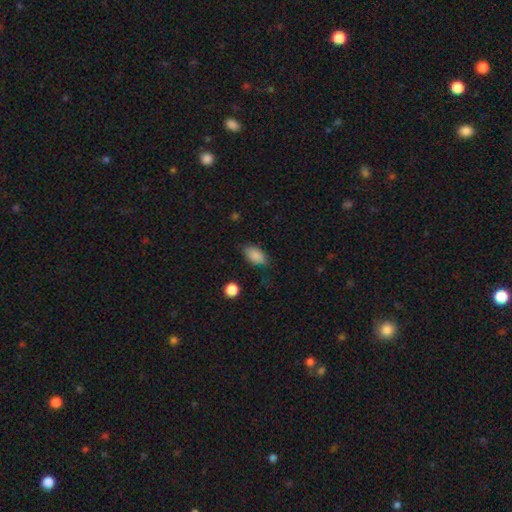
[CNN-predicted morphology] Smooth or featured: smooth — 86% (star or artifact — 8%)
How rounded: in between — 91% (round — 6%)
Merging: none — 73% (minor disturbance — 20%)